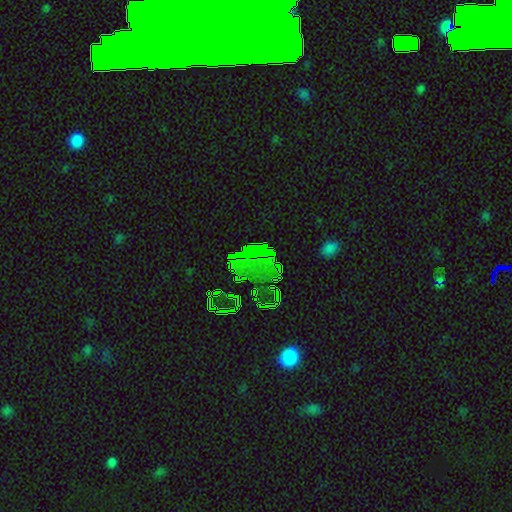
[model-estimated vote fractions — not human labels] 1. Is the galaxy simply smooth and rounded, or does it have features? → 78% star or artifact, 12% smooth, 10% featured or disk.